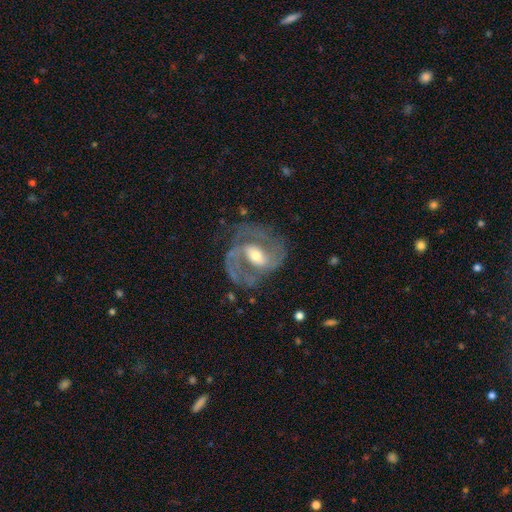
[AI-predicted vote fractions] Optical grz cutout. It shows a featured or disk galaxy (88%) with a weak bar (48%), 2 (82%) medium (57%) spiral arms (94%) and a moderate central bulge (60%). Merging: none (65%).